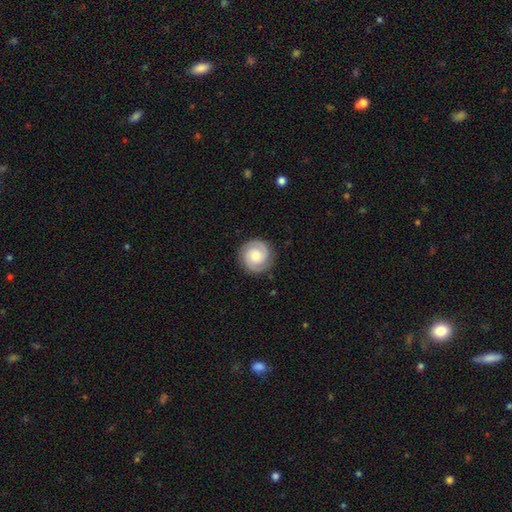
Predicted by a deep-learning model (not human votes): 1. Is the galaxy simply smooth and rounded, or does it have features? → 76% featured or disk, 18% smooth, 6% star or artifact.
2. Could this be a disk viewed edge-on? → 98% no, 2% yes.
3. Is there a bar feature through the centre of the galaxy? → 65% no, 29% weak, 6% strong.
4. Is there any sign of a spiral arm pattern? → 97% yes, 3% no.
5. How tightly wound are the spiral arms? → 65% tight, 30% medium, 5% loose.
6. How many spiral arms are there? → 91% 2, 3% can't tell, 2% 3, 2% 1, 1% 4, 1% more than 4.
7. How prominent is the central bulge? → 48% moderate, 27% small, 15% large, 7% none, 2% dominant.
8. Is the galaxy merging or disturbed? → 88% none, 9% minor disturbance, 2% major disturbance, 1% merger.